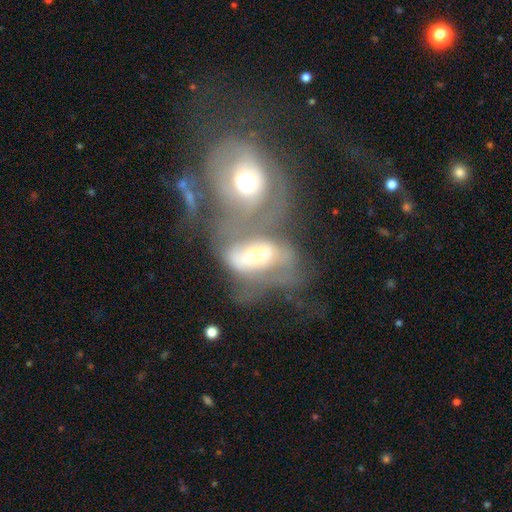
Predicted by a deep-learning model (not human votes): This is likely a featured or disk galaxy (60%). It is clearly not viewed edge-on (92%). Bar: possibly no (48%). Spiral arm pattern: possibly yes (52%). Central bulge: possibly moderate (60%). Merging: likely merger (68%).